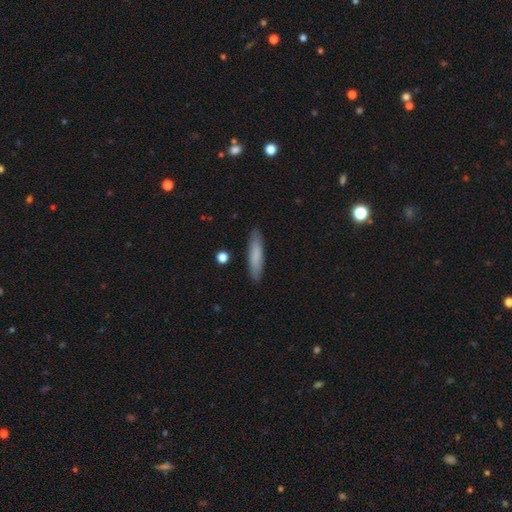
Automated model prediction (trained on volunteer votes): Smooth or featured?
  - smooth: 80% *
  - featured or disk: 14%
  - star or artifact: 6%
How rounded?
  - cigar-shaped: 83% *
  - in between: 15%
  - round: 1%
Merging?
  - none: 88% *
  - minor disturbance: 9%
  - major disturbance: 2%
  - merger: 1%